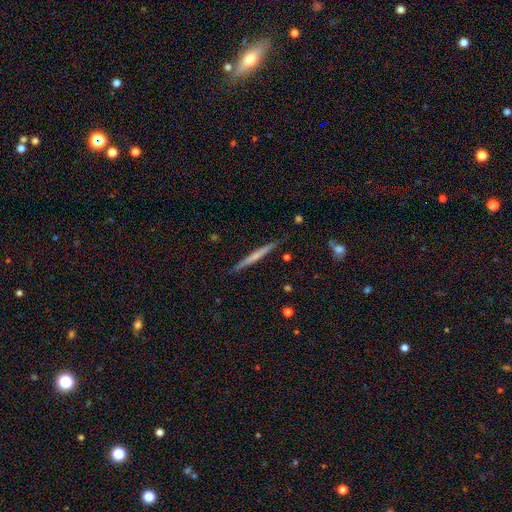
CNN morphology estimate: Smooth or featured?
  - featured or disk: 50% *
  - smooth: 45%
  - star or artifact: 6%
Merging?
  - none: 88% *
  - minor disturbance: 9%
  - major disturbance: 2%
  - merger: 1%